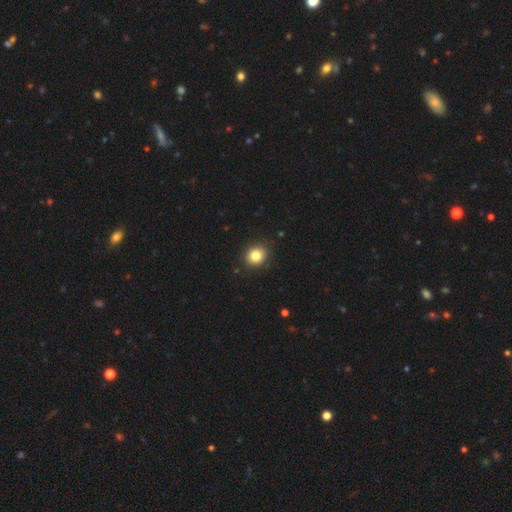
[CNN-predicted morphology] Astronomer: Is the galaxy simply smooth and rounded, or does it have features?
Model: smooth — 83%.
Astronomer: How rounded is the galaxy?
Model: round — 75%.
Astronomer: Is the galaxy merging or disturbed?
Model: none — 89%.